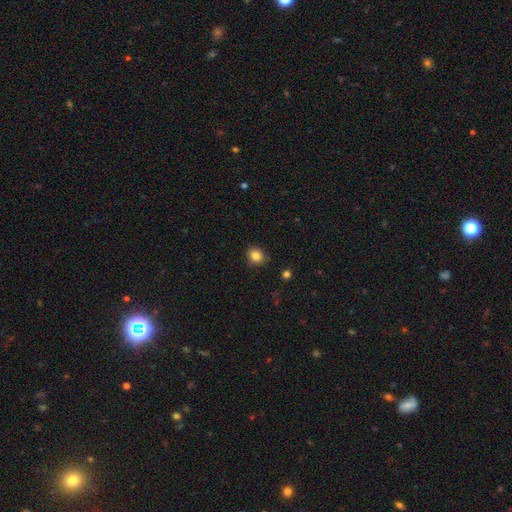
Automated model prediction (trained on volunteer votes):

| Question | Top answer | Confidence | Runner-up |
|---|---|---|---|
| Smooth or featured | smooth | 85% | star or artifact (11%) |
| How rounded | round | 77% | in between (22%) |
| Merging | none | 85% | minor disturbance (11%) |